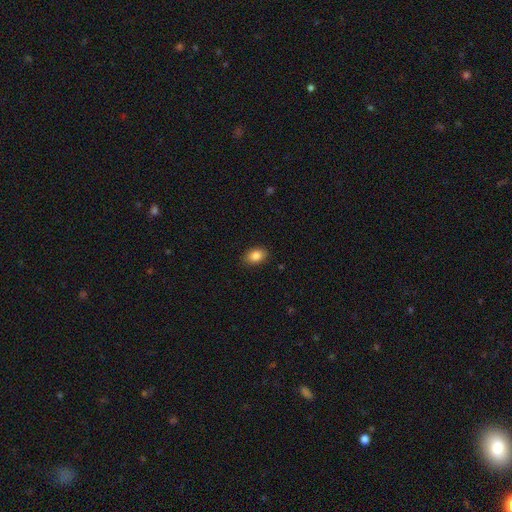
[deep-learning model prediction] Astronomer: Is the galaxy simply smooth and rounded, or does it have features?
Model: smooth — 87%.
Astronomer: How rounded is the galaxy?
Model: in between — 78%.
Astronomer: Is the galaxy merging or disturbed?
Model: none — 87%.